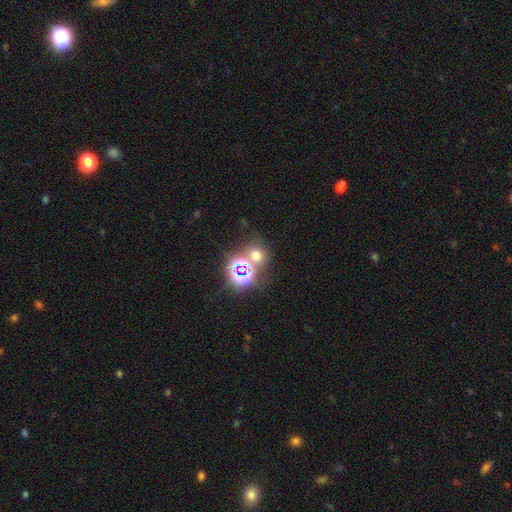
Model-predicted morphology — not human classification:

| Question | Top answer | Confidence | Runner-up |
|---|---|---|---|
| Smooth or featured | smooth | 50% | star or artifact (40%) |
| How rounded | round | 72% | in between (27%) |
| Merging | none | 58% | merger (27%) |